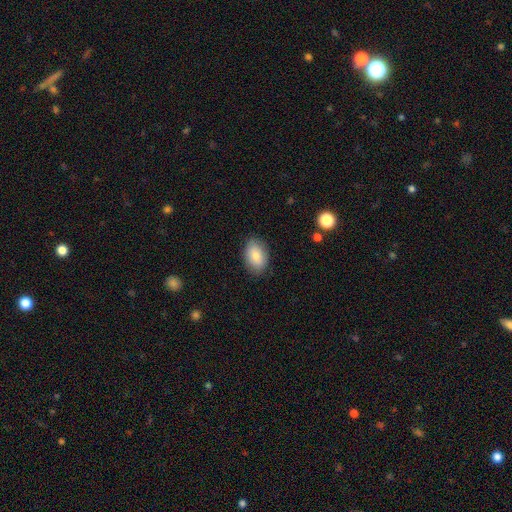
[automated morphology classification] type=smooth (80%); roundness=in between (85%); merging=none (84%).